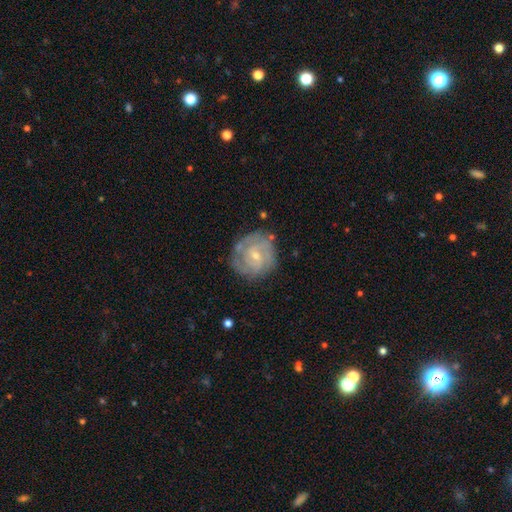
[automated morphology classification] Overall: featured or disk (80%). Edge-on disk: no (98%). Bar: no (55%; weak 39%). Spiral arms: yes (93%). Spiral arm count: 2 (36%; can't tell 29%). Spiral winding: tight (67%). Bulge size: small (66%; moderate 30%). Merging: none (75%).